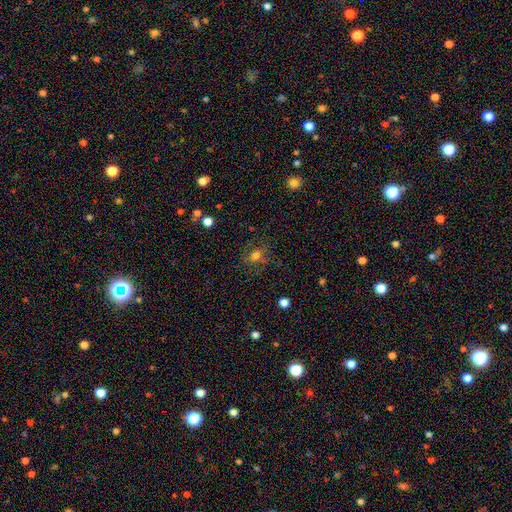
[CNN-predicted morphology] A smooth galaxy with no disk features (64%) that is round (59%).

Vote fractions:
- Smooth or featured? smooth: 64% / star or artifact: 20% / featured or disk: 16%
- How rounded? round: 59% / in between: 39% / cigar-shaped: 2%
- Merging? none: 68% / minor disturbance: 18% / major disturbance: 9% / merger: 5%